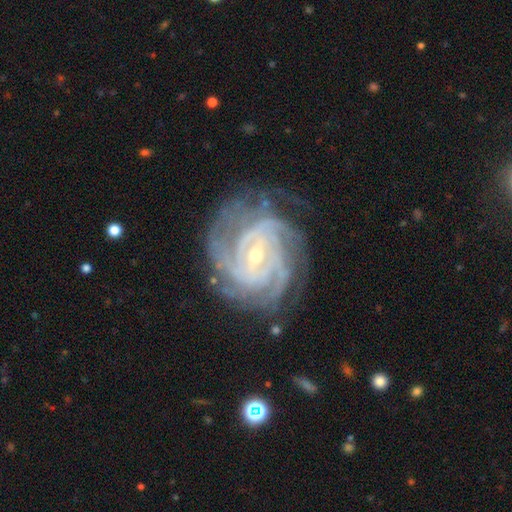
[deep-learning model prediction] featured or disk 92%, star or artifact 5%, smooth 3%. Down the decision tree: edge-on disk — no (98%); bar — weak (49%); spiral arms — yes (98%); spiral arm count — 4 (38%); spiral winding — tight (75%); bulge size — small (57%); merging — none (75%).